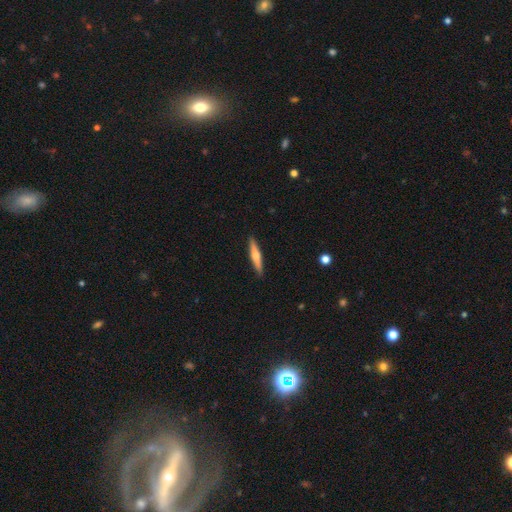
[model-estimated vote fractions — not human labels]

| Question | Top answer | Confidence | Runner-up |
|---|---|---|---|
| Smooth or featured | featured or disk | 51% | smooth (44%) |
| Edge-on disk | yes | 97% | no (3%) |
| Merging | none | 91% | minor disturbance (6%) |